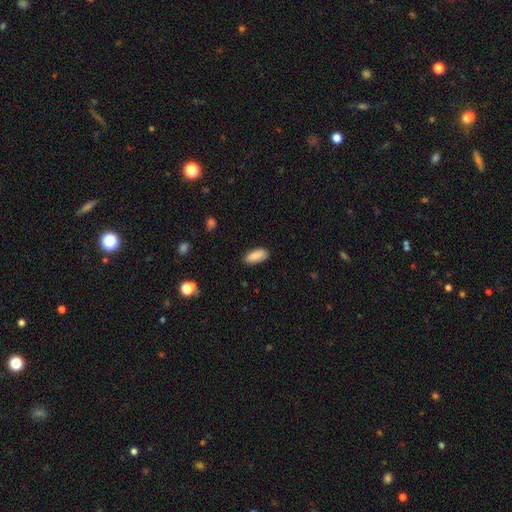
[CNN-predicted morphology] The model was most divided on "how rounded": in between: 85%, cigar-shaped: 13%, round: 2%. More confident: smooth or featured — smooth (86%); merging — none (86%).